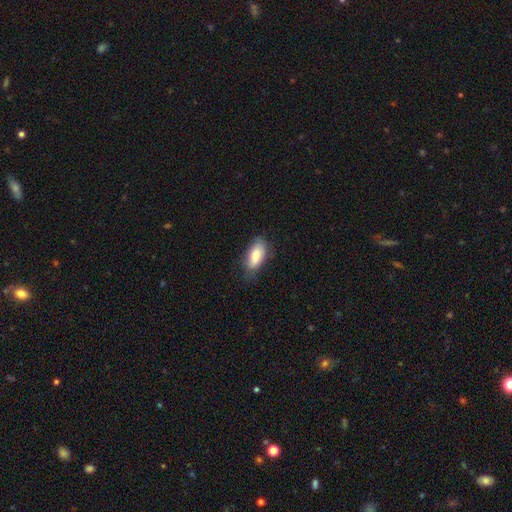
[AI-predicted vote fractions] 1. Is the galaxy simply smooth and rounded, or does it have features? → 81% smooth, 13% featured or disk, 6% star or artifact.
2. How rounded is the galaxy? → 89% in between, 8% cigar-shaped, 3% round.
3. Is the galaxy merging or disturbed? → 70% none, 24% minor disturbance, 5% major disturbance, 1% merger.